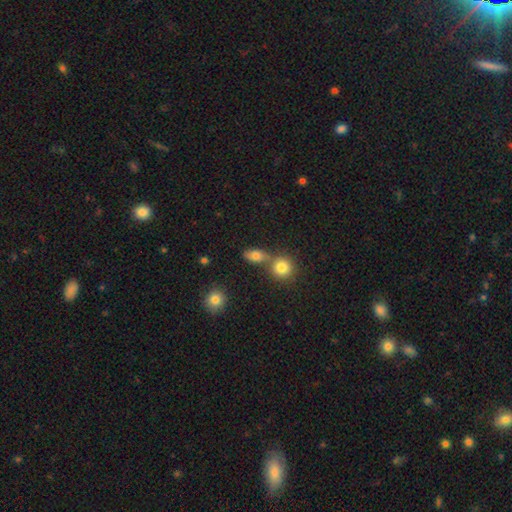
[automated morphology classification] Smooth or featured?
  - smooth: 77% *
  - star or artifact: 12%
  - featured or disk: 11%
How rounded?
  - in between: 73% *
  - round: 22%
  - cigar-shaped: 5%
Merging?
  - none: 54% *
  - merger: 30%
  - minor disturbance: 11%
  - major disturbance: 5%